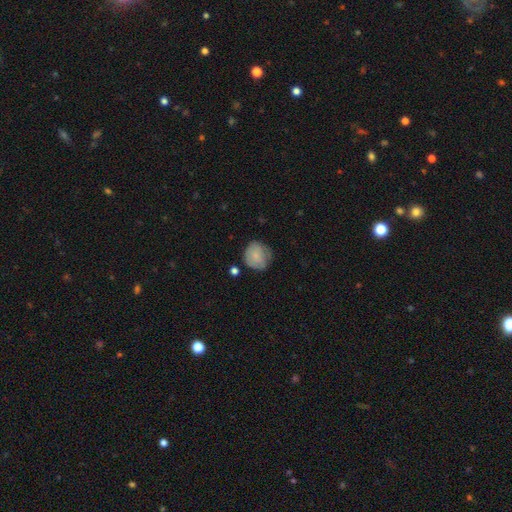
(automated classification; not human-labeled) Overall: smooth (75%). How rounded: round (81%). Merging: none (62%; minor disturbance 27%).